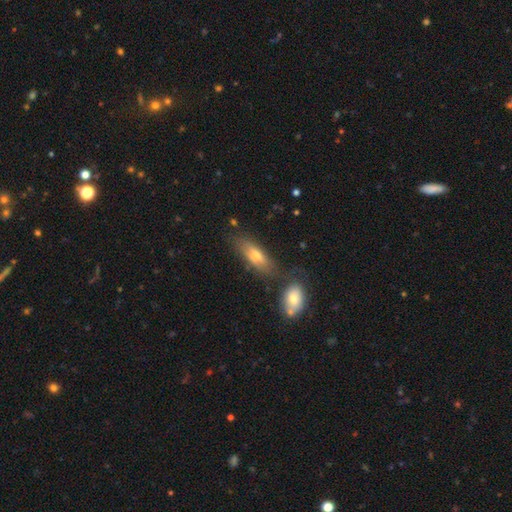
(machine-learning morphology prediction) This is likely a smooth galaxy (61%). How rounded: likely in between (62%). Merging: likely none (67%).